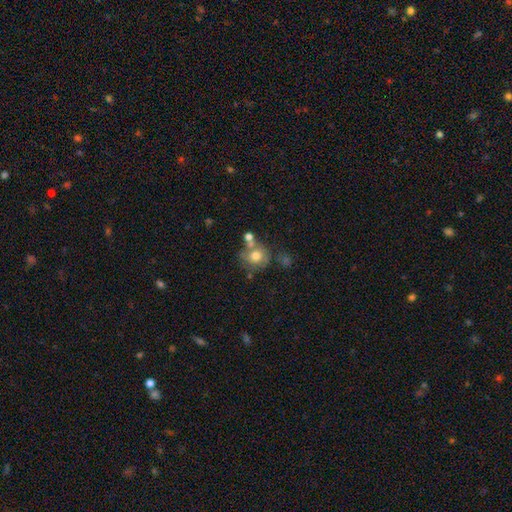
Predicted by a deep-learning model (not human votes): The model was most divided on "merging": none: 52%, merger: 24%, minor disturbance: 16%, major disturbance: 8%. More confident: how rounded — round (81%); smooth or featured — smooth (71%).